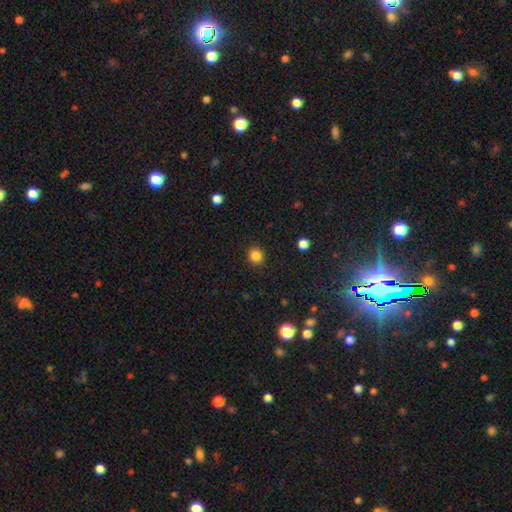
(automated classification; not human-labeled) Smooth or featured?
  - smooth: 85% *
  - star or artifact: 12%
  - featured or disk: 3%
How rounded?
  - round: 86% *
  - in between: 13%
  - cigar-shaped: 1%
Merging?
  - none: 91% *
  - minor disturbance: 6%
  - major disturbance: 2%
  - merger: 1%